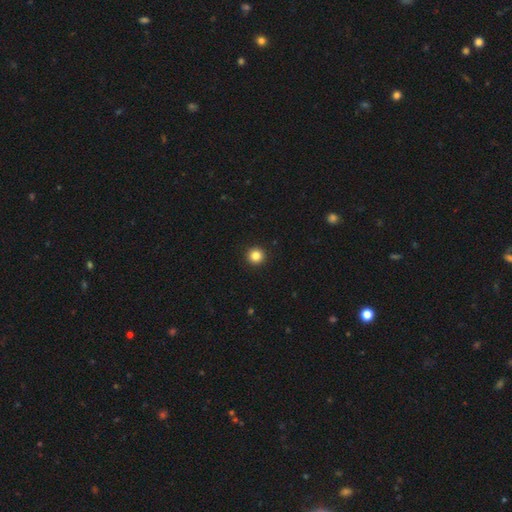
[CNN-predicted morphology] Q: Smooth or featured?
A: smooth (85%); runner-up: star or artifact (11%)
Q: How rounded?
A: round (96%); runner-up: in between (3%)
Q: Merging?
A: none (94%); runner-up: minor disturbance (4%)